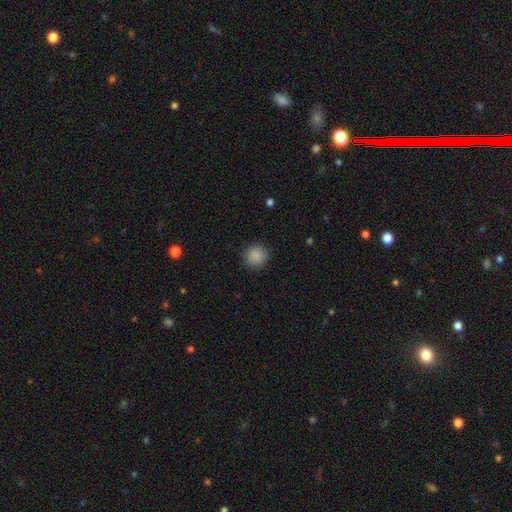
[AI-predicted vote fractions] The model was most divided on "smooth or featured": smooth: 88%, star or artifact: 9%, featured or disk: 3%. More confident: how rounded — round (92%); merging — none (90%).